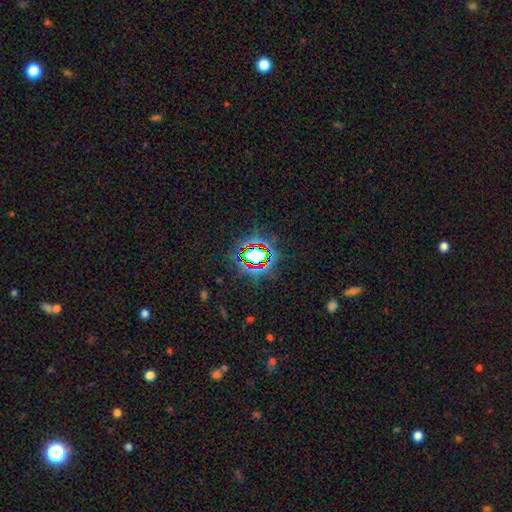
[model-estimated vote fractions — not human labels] Smooth or featured? star or artifact (71%)